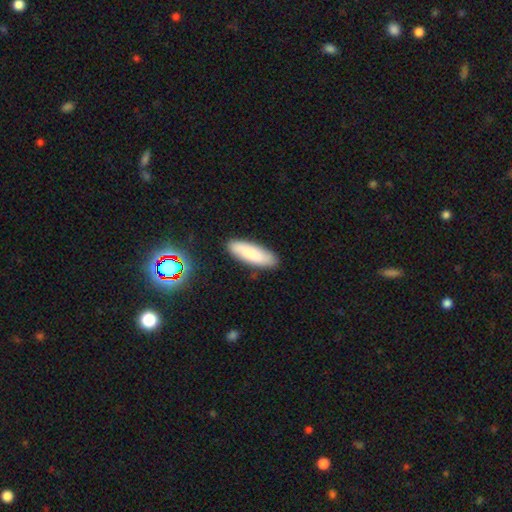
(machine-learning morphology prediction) The model was most divided on "how rounded": in between: 52%, cigar-shaped: 47%, round: 2%. More confident: merging — none (87%); smooth or featured — smooth (83%).